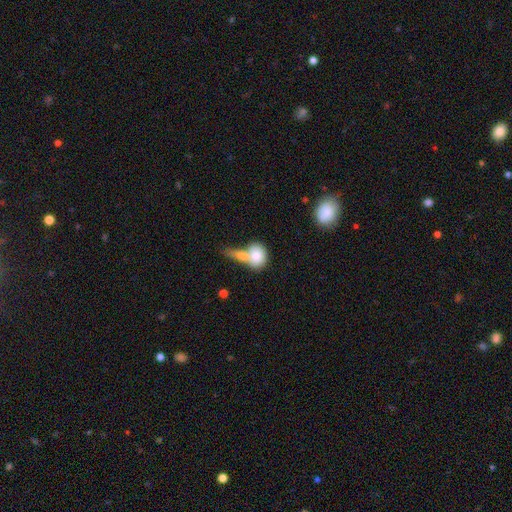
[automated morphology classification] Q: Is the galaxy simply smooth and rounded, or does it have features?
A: smooth — 79%.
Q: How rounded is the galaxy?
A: round — 53%.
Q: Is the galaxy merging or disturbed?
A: merger — 60%.